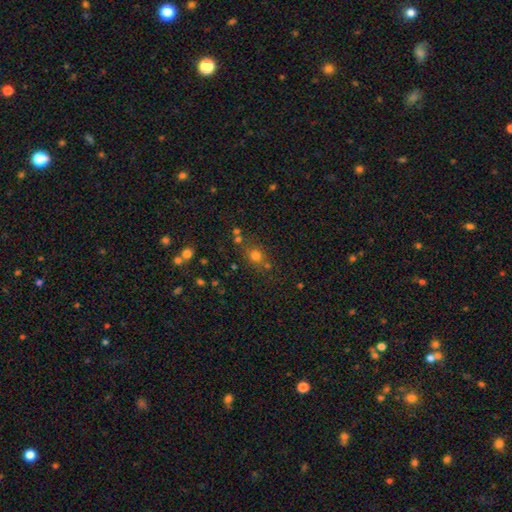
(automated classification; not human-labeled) The model was most divided on "smooth or featured": smooth: 70%, star or artifact: 21%, featured or disk: 10%. More confident: how rounded — round (77%); merging — none (68%).